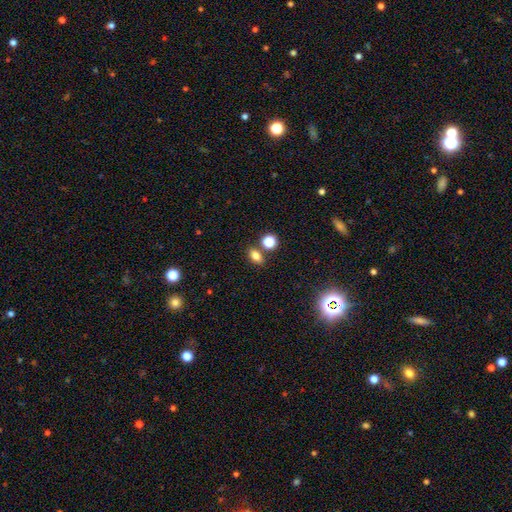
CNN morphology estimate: smooth-or-featured: smooth: 78% | star or artifact: 14% | featured or disk: 8%
  how-rounded: in between: 75% | round: 23% | cigar-shaped: 3%
  merging: none: 72% | merger: 15% | minor disturbance: 10% | major disturbance: 3%